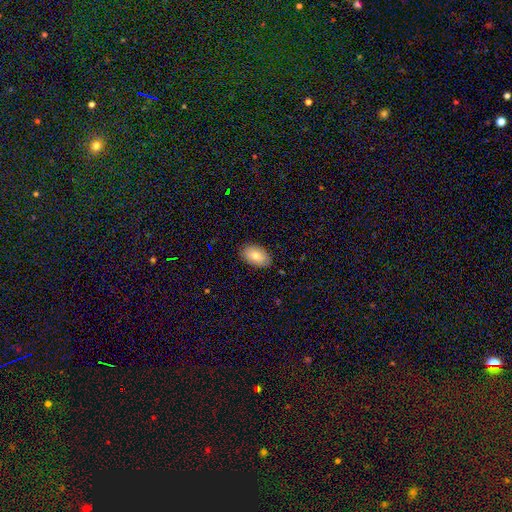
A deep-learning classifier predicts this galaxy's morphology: Smooth or featured? smooth (80%)
How rounded? in between (93%)
Merging? none (87%)